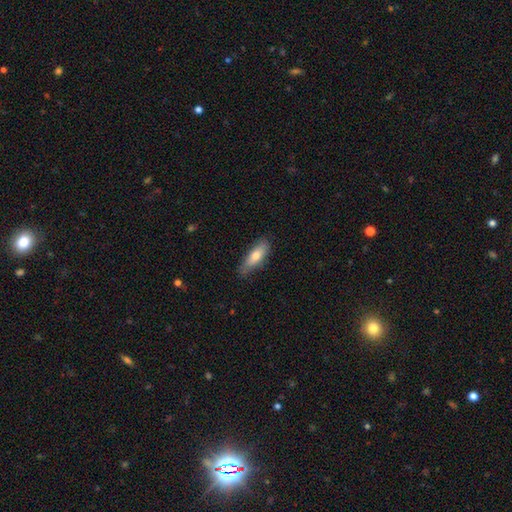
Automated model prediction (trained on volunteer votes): A smooth galaxy with no disk features (71%) that is in between round and cigar-shaped (52%). Merging: none (75%).